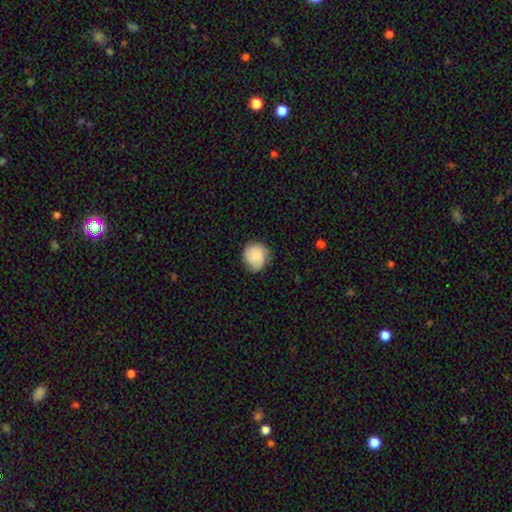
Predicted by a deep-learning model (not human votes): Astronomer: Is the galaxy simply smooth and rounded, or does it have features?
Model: smooth — 79%.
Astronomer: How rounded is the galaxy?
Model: round — 80%.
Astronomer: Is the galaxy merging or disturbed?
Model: none — 69%.